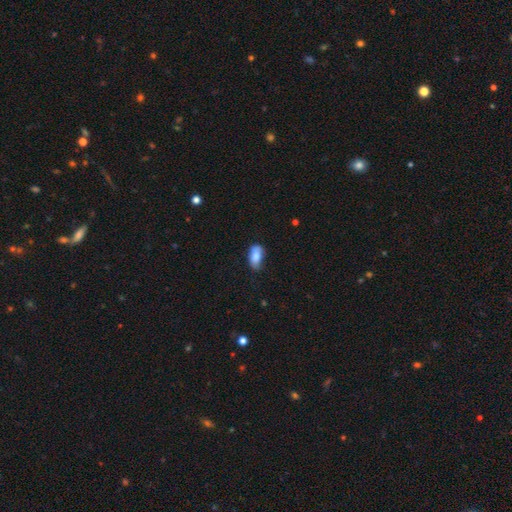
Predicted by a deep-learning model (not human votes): smooth 82%, featured or disk 11%, star or artifact 7%. Down the decision tree: how rounded — in between (91%); merging — none (58%).